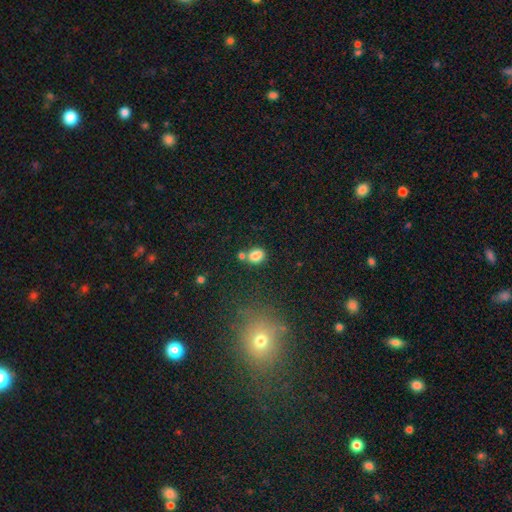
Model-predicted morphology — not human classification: smooth-or-featured: smooth: 82% | star or artifact: 11% | featured or disk: 7%
  how-rounded: in between: 57% | round: 42% | cigar-shaped: 1%
  merging: none: 59% | merger: 23% | minor disturbance: 13% | major disturbance: 4%